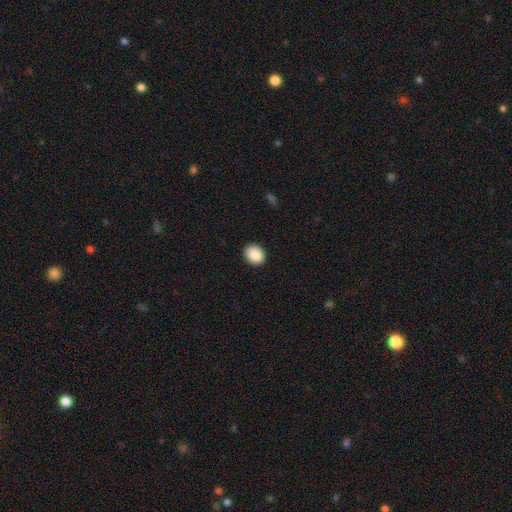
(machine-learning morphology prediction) Smooth or featured? Predicted: smooth (p=0.88). How rounded? Predicted: round (p=0.58). Merging? Predicted: none (p=0.90).